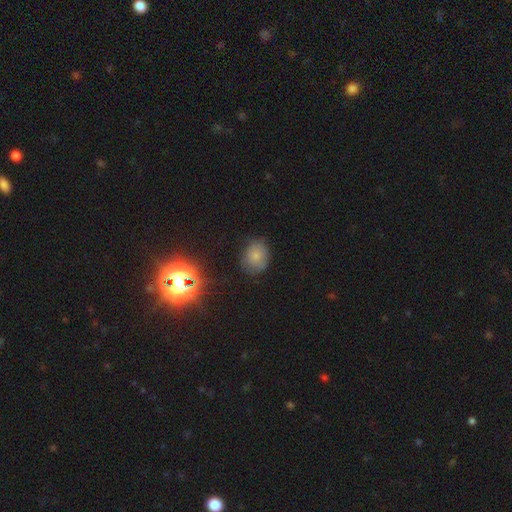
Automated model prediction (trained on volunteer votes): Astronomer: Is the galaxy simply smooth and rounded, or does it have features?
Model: smooth — 73%.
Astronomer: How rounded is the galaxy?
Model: in between — 53% (runner-up: round, 46%).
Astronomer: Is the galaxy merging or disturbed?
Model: none — 74%.